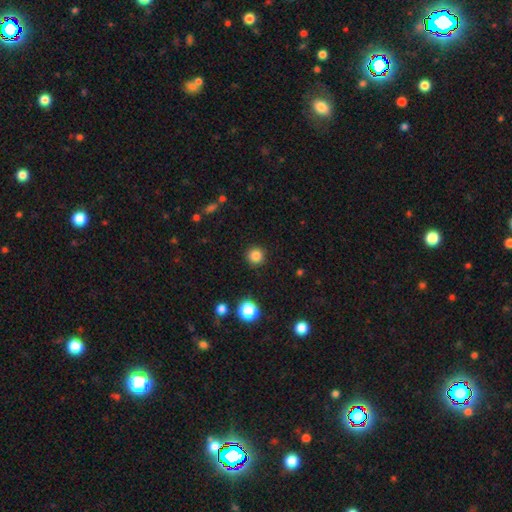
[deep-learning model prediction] Smooth or featured? Predicted: smooth (p=0.83). How rounded? Predicted: round (p=0.95). Merging? Predicted: none (p=0.92).